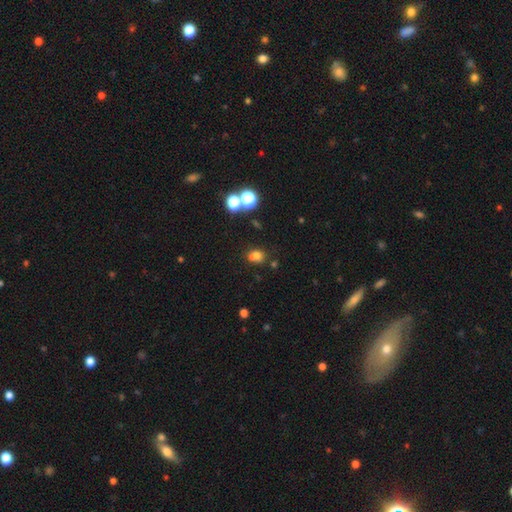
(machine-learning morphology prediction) Smooth or featured: smooth — 69% (star or artifact — 21%)
How rounded: round — 63% (in between — 36%)
Merging: none — 49% (merger — 34%)